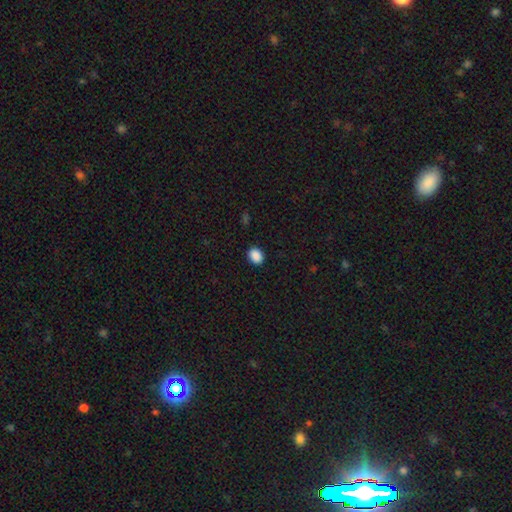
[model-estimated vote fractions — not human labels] smooth 89%, star or artifact 8%, featured or disk 2%. Down the decision tree: how rounded — in between (60%); merging — none (90%).